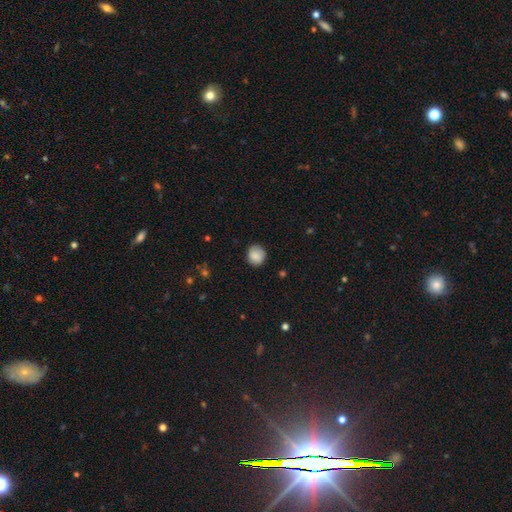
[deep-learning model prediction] The model was most divided on "how rounded": round: 84%, in between: 15%, cigar-shaped: 1%. More confident: smooth or featured — smooth (86%); merging — none (84%).